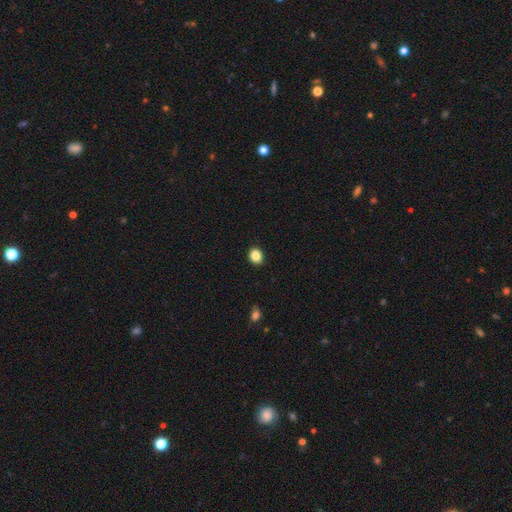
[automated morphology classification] Overall: smooth (86%). How rounded: round (66%; in between 33%). Merging: none (92%).